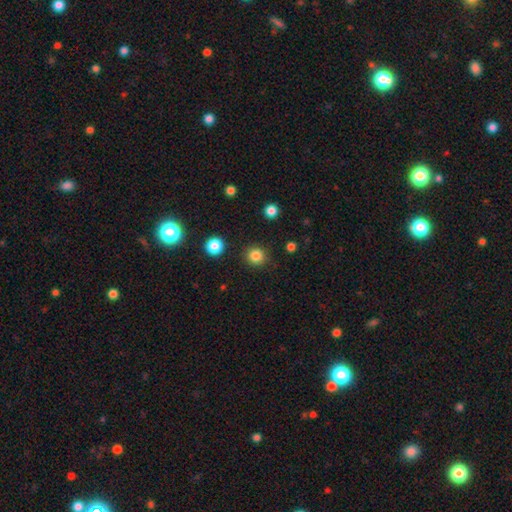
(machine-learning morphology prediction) smooth 83%, star or artifact 12%, featured or disk 4%. Down the decision tree: how rounded — round (92%); merging — none (90%).